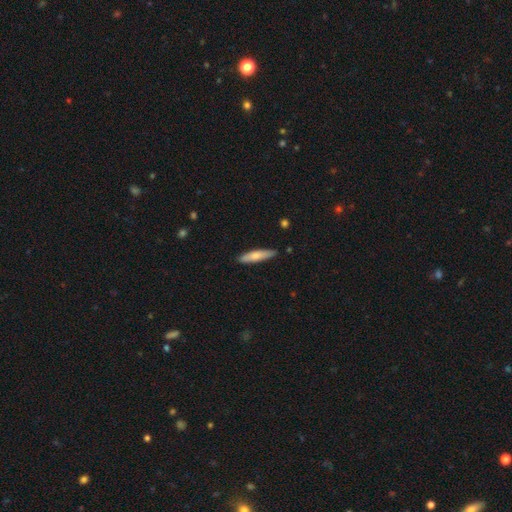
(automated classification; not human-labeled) Smooth or featured? Predicted: smooth (p=0.69). How rounded? Predicted: cigar-shaped (p=0.82). Merging? Predicted: none (p=0.87).